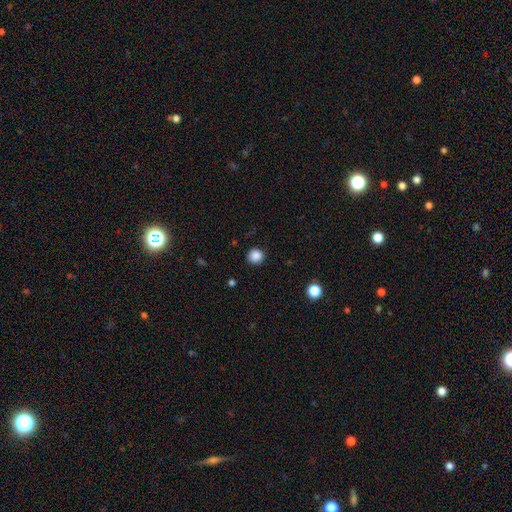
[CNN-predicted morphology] This appears to be a smooth galaxy with no disk features (86%) that is round (93%). Merging: none (90%).